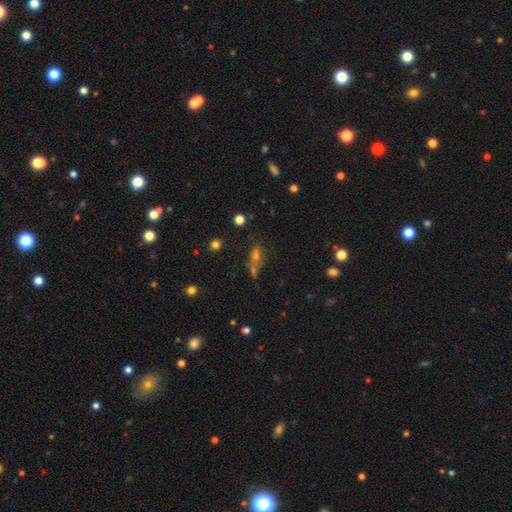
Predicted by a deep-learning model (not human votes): Morphology: type=smooth (50%); merging=none (44%).